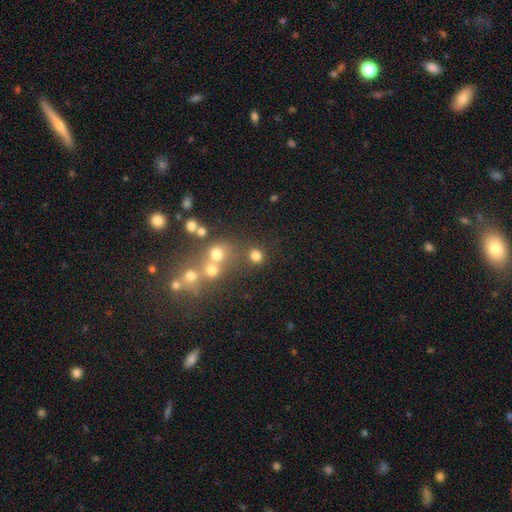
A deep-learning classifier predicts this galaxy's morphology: The model was most divided on "merging": none: 70%, merger: 17%, minor disturbance: 8%, major disturbance: 5%. More confident: how rounded — round (87%); smooth or featured — smooth (76%).